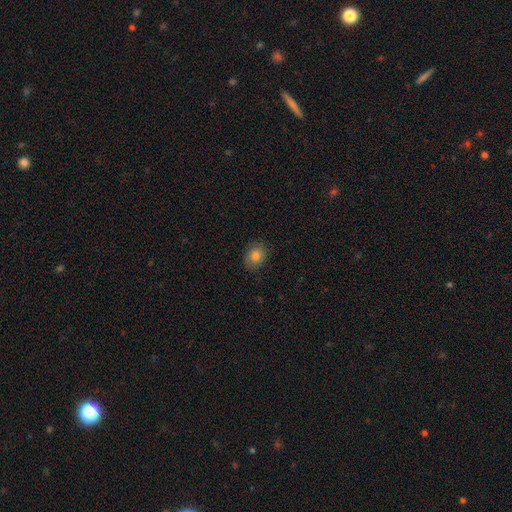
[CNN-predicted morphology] Smooth or featured? Predicted: smooth (p=0.80). How rounded? Predicted: in between (p=0.53). Merging? Predicted: none (p=0.82).